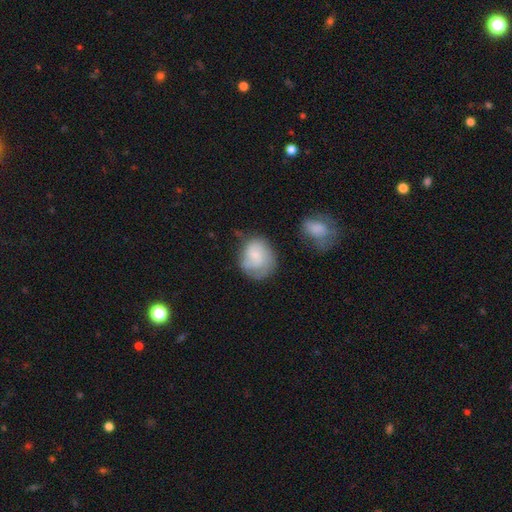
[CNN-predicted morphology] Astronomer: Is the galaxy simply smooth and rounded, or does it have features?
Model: smooth — 49% (runner-up: featured or disk, 44%).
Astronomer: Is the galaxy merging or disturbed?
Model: none — 52%.